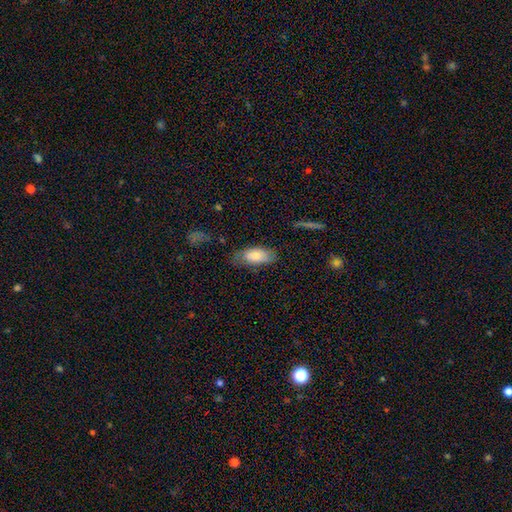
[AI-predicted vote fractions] Morphology: type=smooth (82%); roundness=in between (87%); merging=none (67%).